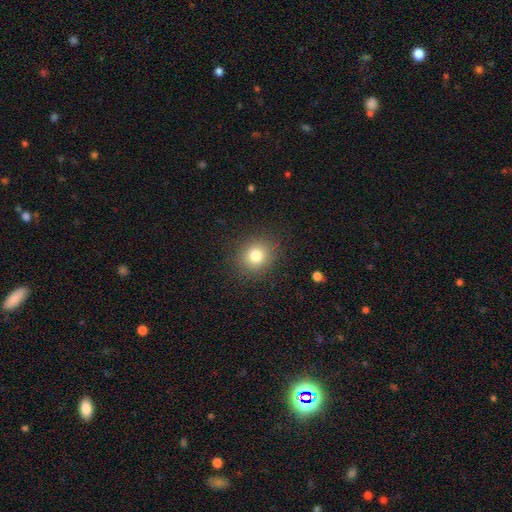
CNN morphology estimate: type=smooth (80%); roundness=round (82%); merging=none (89%).